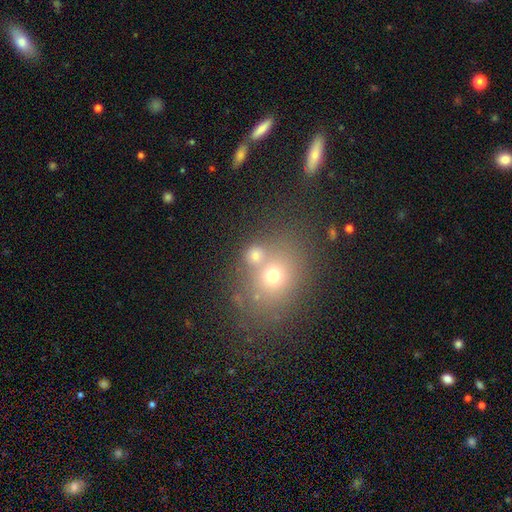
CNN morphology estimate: A smooth galaxy with no disk features (65%) that is round (62%).

Vote fractions:
- Smooth or featured? smooth: 65% / star or artifact: 19% / featured or disk: 16%
- How rounded? round: 62% / in between: 37% / cigar-shaped: 1%
- Merging? none: 51% / merger: 32% / minor disturbance: 11% / major disturbance: 6%